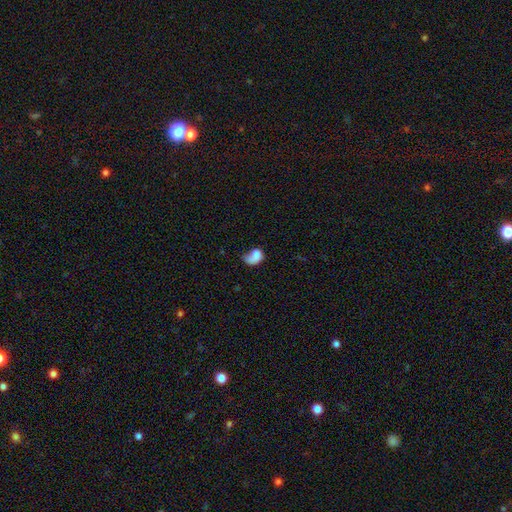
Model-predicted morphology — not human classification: Smooth or featured: smooth — 64% (featured or disk — 28%)
How rounded: in between — 68% (round — 31%)
Merging: major disturbance — 38% (none — 25%)